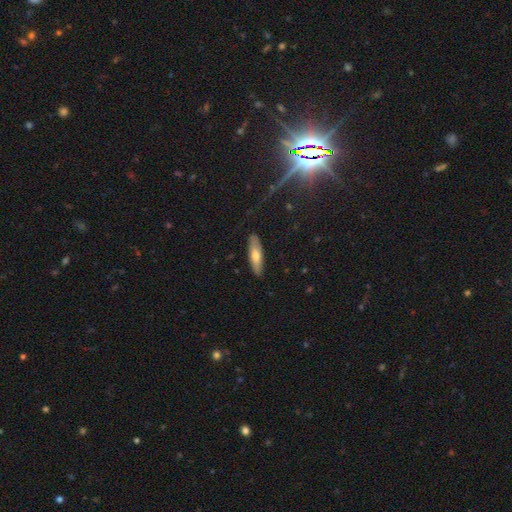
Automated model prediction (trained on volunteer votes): smooth-or-featured: smooth: 62% | featured or disk: 31% | star or artifact: 6%
  how-rounded: cigar-shaped: 65% | in between: 33% | round: 2%
  merging: none: 87% | minor disturbance: 10% | major disturbance: 2% | merger: 1%